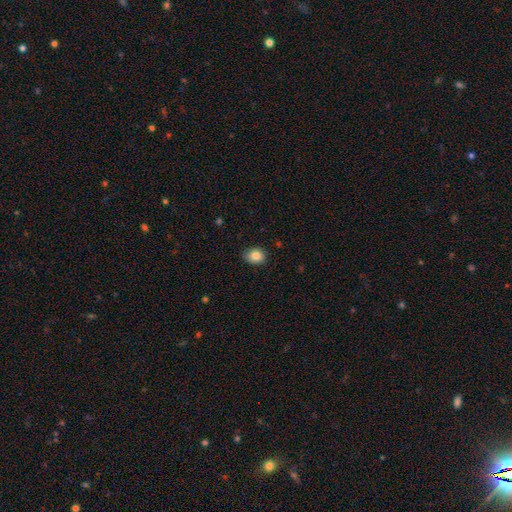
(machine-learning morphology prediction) Smooth or featured?
  - smooth: 84% *
  - star or artifact: 9%
  - featured or disk: 6%
How rounded?
  - round: 52% *
  - in between: 47%
  - cigar-shaped: 1%
Merging?
  - none: 84% *
  - minor disturbance: 13%
  - major disturbance: 2%
  - merger: 1%